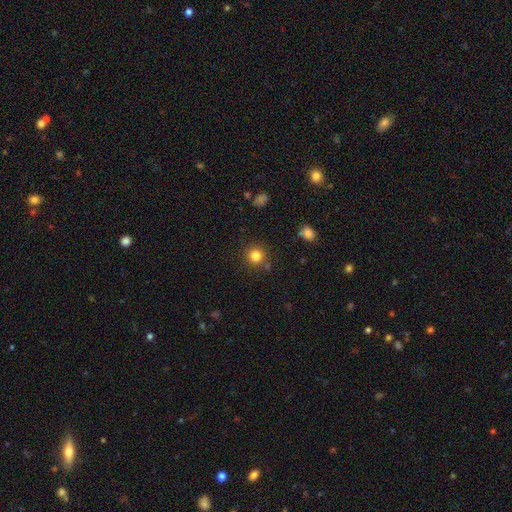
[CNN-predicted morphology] Smooth or featured? Predicted: smooth (p=0.83). How rounded? Predicted: round (p=0.93). Merging? Predicted: none (p=0.86).